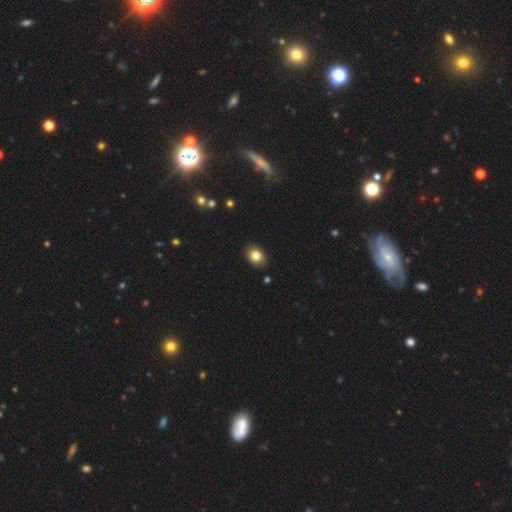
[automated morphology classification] This appears to be a smooth galaxy with no disk features (84%) that is in between round and cigar-shaped (57%). Merging: none (89%).